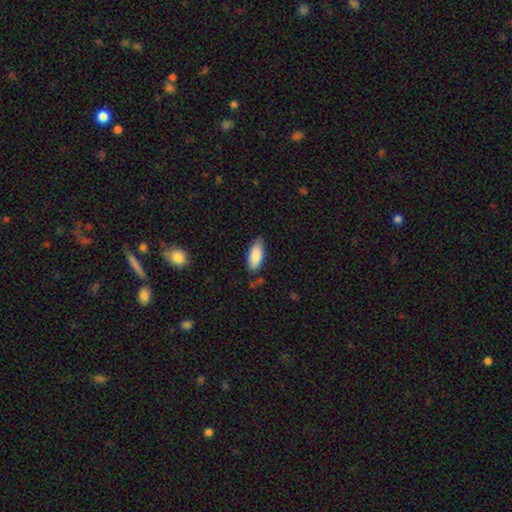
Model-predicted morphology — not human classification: Smooth or featured? Predicted: smooth (p=0.88). How rounded? Predicted: in between (p=0.83). Merging? Predicted: none (p=0.74).